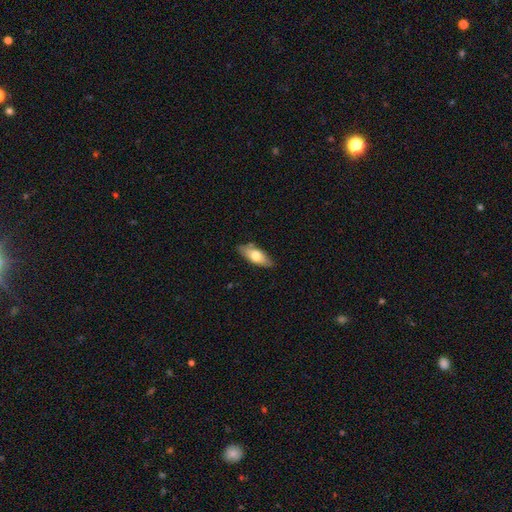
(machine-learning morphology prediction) smooth-or-featured: smooth: 67% | featured or disk: 27% | star or artifact: 6%
  how-rounded: in between: 80% | cigar-shaped: 17% | round: 3%
  merging: none: 79% | minor disturbance: 16% | major disturbance: 3% | merger: 2%